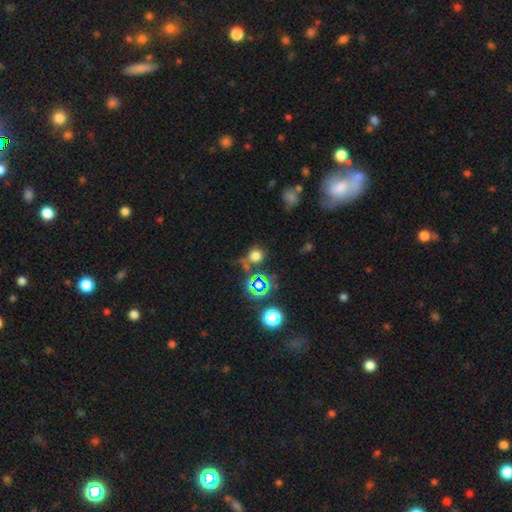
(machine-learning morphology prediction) Smooth or featured? Predicted: smooth (p=0.63). How rounded? Predicted: round (p=0.87). Merging? Predicted: none (p=0.63).